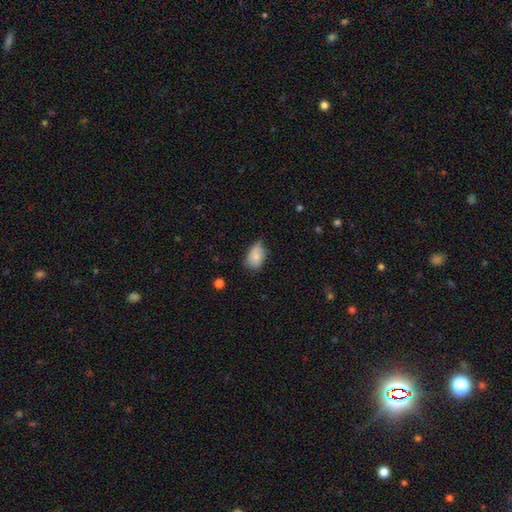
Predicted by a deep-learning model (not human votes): This is likely a smooth galaxy (79%). How rounded: clearly in between (83%). Merging: possibly none (50%).